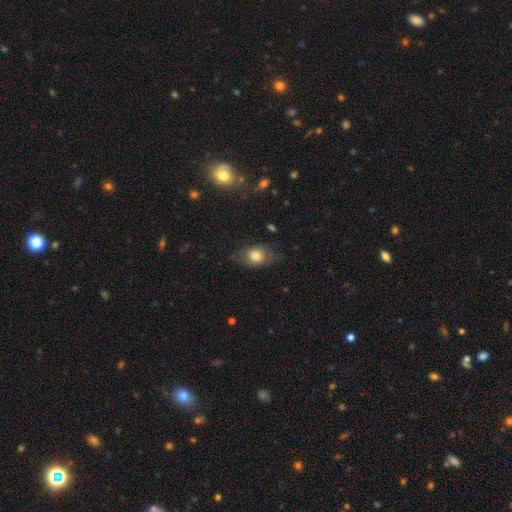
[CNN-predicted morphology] A smooth galaxy with no disk features (74%) that is in between round and cigar-shaped (65%).

Vote fractions:
- Smooth or featured? smooth: 74% / featured or disk: 18% / star or artifact: 9%
- How rounded? in between: 65% / round: 33% / cigar-shaped: 2%
- Merging? none: 63% / minor disturbance: 25% / major disturbance: 11% / merger: 2%